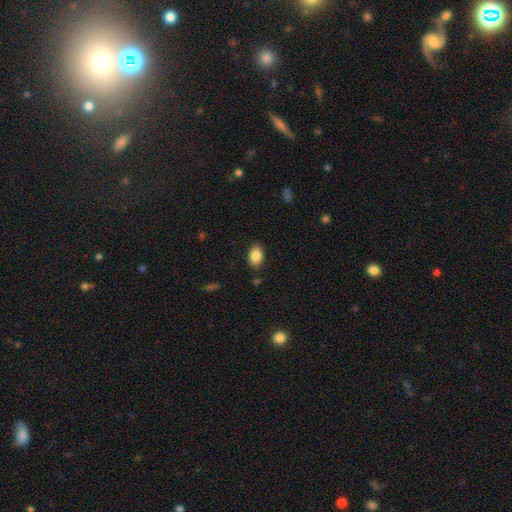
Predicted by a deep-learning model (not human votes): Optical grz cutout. It shows a smooth galaxy with no disk features (88%) that is in between round and cigar-shaped (86%). Merging: none (85%).